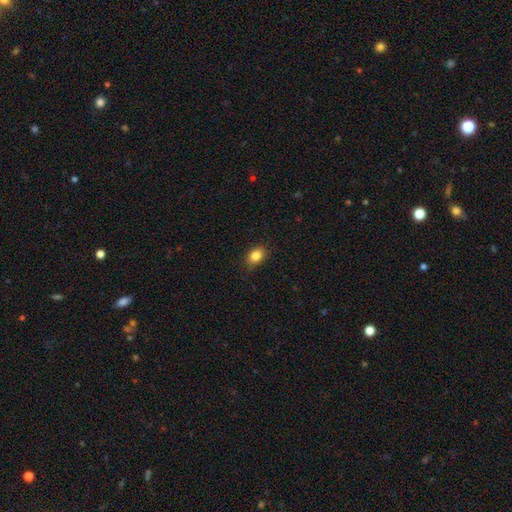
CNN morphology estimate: A smooth galaxy with no disk features (85%) that is in between round and cigar-shaped (70%). Merging: none (86%).